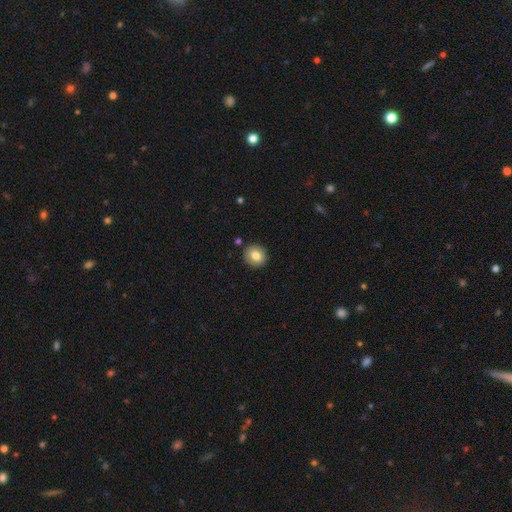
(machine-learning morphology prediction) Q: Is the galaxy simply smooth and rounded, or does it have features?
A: smooth — 79%.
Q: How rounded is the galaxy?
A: round — 86%.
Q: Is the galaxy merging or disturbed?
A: none — 89%.